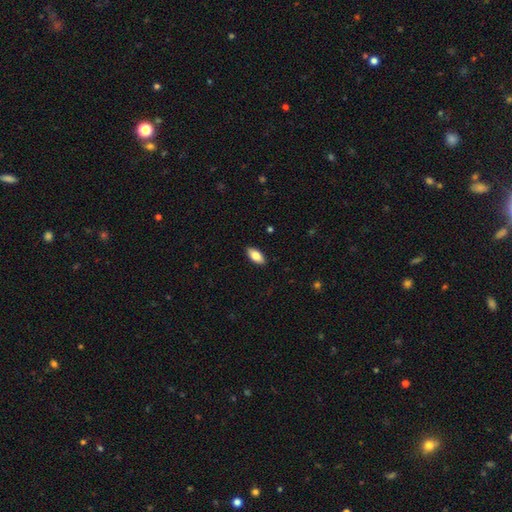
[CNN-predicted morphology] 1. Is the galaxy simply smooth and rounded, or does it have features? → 80% smooth, 14% featured or disk, 6% star or artifact.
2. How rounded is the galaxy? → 88% in between, 9% cigar-shaped, 2% round.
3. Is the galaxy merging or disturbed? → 89% none, 8% minor disturbance, 2% major disturbance, 1% merger.